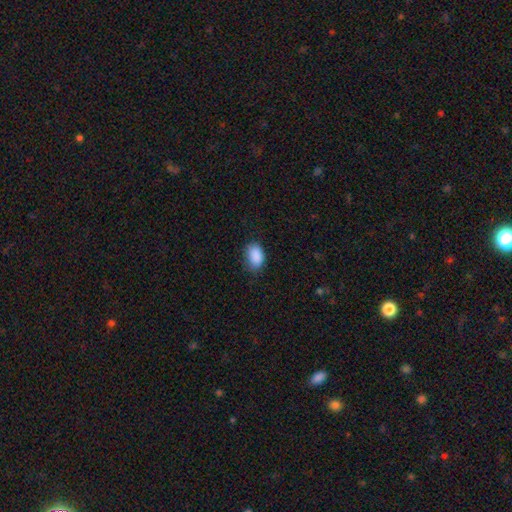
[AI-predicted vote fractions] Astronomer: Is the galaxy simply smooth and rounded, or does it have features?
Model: smooth — 89%.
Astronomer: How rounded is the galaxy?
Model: in between — 88%.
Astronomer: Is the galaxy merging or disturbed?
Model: none — 74%.